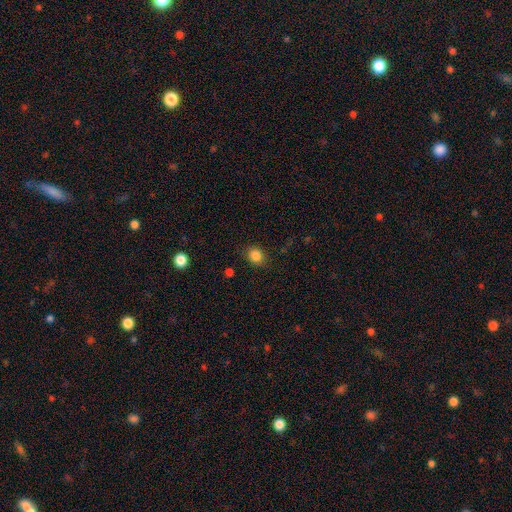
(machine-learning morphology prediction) Q: Smooth or featured?
A: smooth (84%); runner-up: star or artifact (11%)
Q: How rounded?
A: round (63%); runner-up: in between (36%)
Q: Merging?
A: none (85%); runner-up: minor disturbance (10%)